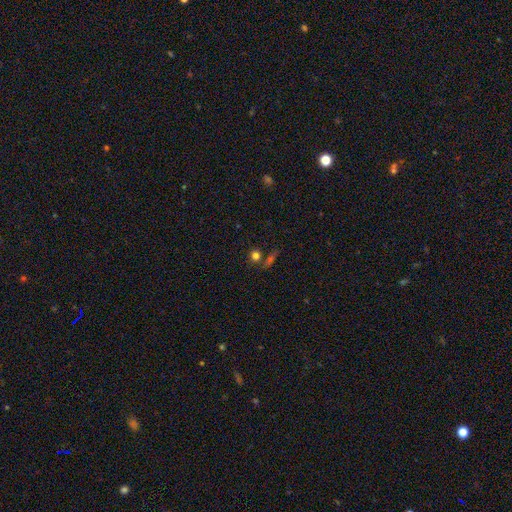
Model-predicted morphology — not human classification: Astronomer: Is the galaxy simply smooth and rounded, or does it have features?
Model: smooth — 71%.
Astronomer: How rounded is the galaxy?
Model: round — 79%.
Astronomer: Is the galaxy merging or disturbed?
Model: none — 69%.